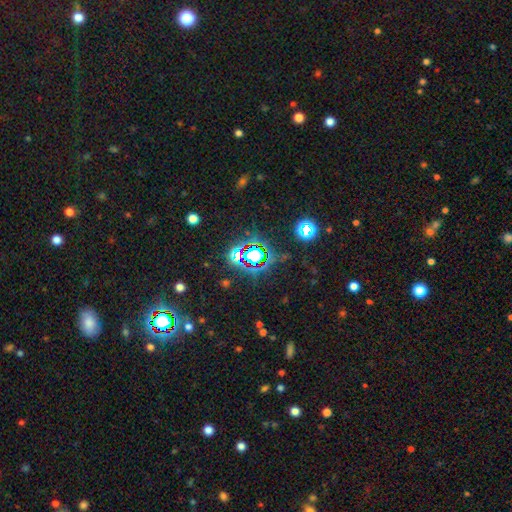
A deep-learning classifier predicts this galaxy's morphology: Smooth or featured? star or artifact (75%)